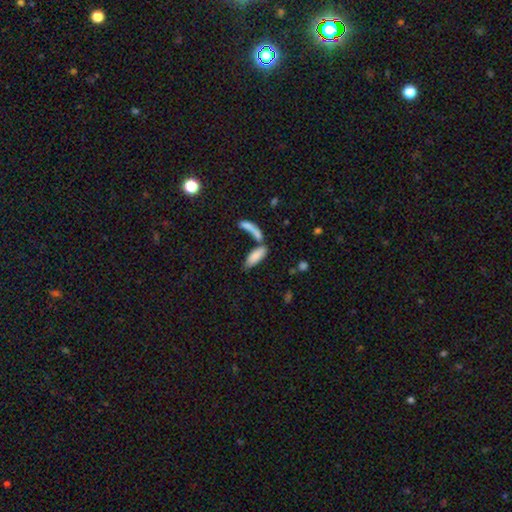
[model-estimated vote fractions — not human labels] Smooth or featured? Predicted: smooth (p=0.79). How rounded? Predicted: in between (p=0.60). Merging? Predicted: merger (p=0.50).